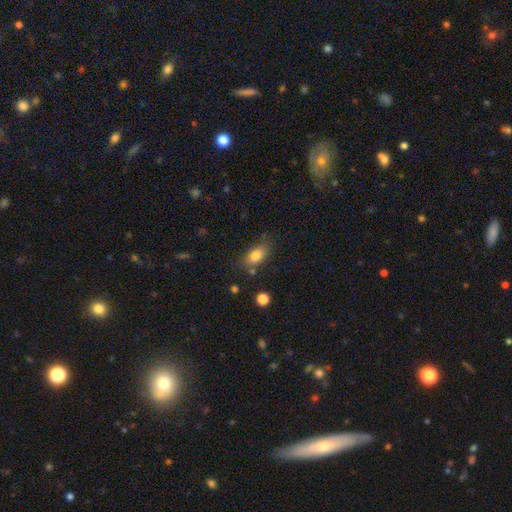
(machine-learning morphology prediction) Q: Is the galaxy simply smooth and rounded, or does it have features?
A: smooth — 81%.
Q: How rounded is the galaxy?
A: in between — 86%.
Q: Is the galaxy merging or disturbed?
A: none — 74%.